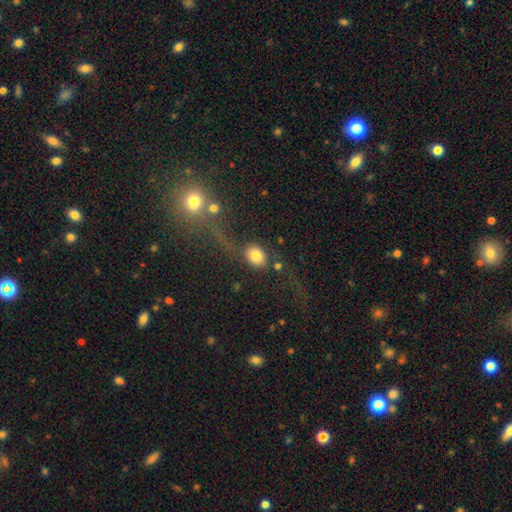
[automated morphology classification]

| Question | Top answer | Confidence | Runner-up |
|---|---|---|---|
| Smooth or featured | smooth | 79% | featured or disk (12%) |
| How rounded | in between | 64% | round (34%) |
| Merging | none | 59% | major disturbance (15%) |